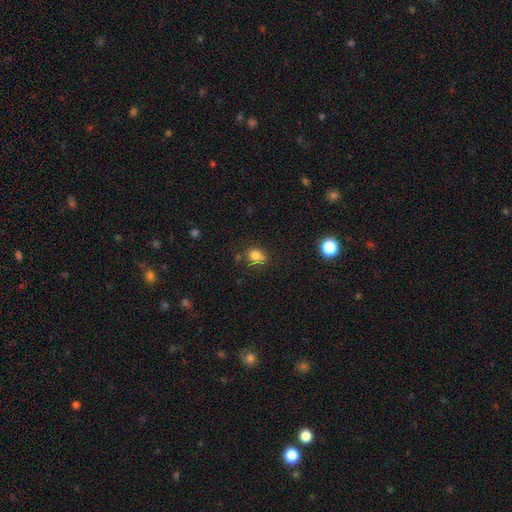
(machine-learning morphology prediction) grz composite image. It shows a smooth galaxy with no disk features (79%) that is round (60%). Merging: none (65%).